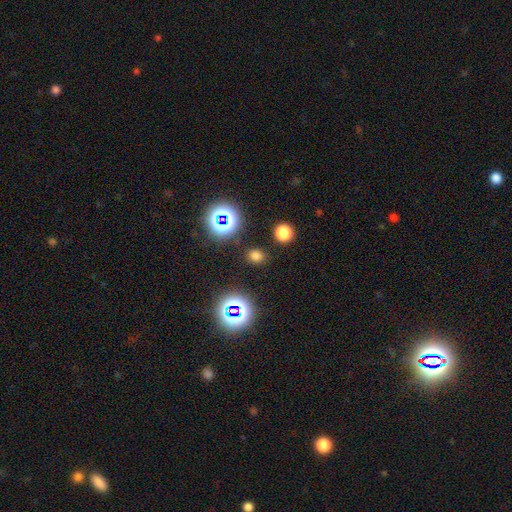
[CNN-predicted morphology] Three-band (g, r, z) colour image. It shows a smooth galaxy with no disk features (69%) that is round (69%). Merging: none (86%).